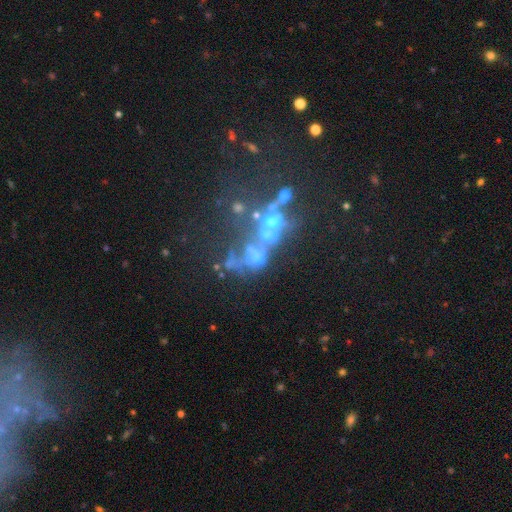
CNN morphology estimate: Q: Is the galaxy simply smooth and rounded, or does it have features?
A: featured or disk — 43%.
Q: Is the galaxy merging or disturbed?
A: merger — 46%.